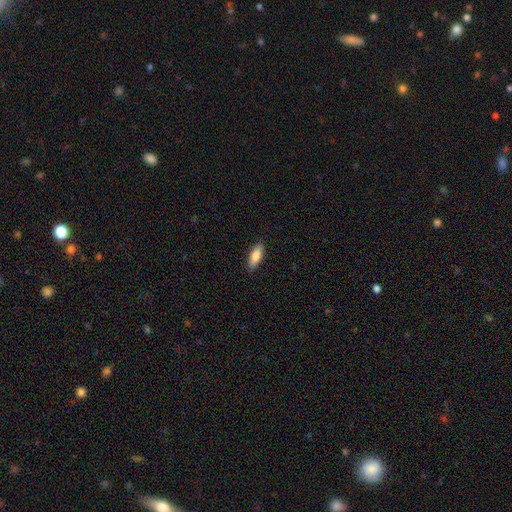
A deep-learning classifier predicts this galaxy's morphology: This is clearly a smooth galaxy (82%). How rounded: likely in between (70%). Merging: clearly none (88%).